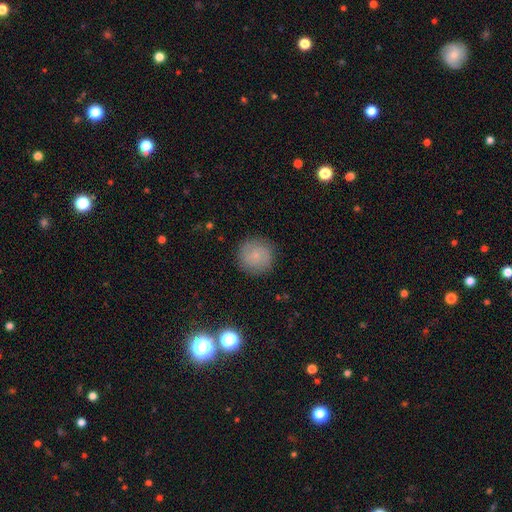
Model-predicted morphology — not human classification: smooth-or-featured: smooth: 59% | featured or disk: 32% | star or artifact: 9%
  how-rounded: round: 94% | in between: 5% | cigar-shaped: 1%
  merging: none: 87% | minor disturbance: 9% | major disturbance: 3% | merger: 1%